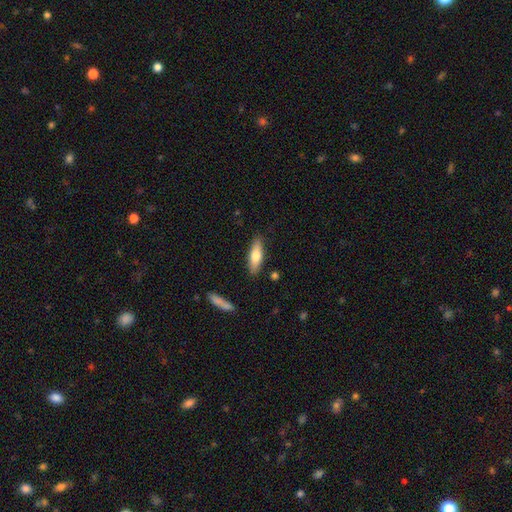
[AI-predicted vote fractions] Smooth or featured: smooth — 66% (featured or disk — 28%)
How rounded: cigar-shaped — 49% (in between — 48%)
Merging: none — 84% (minor disturbance — 11%)